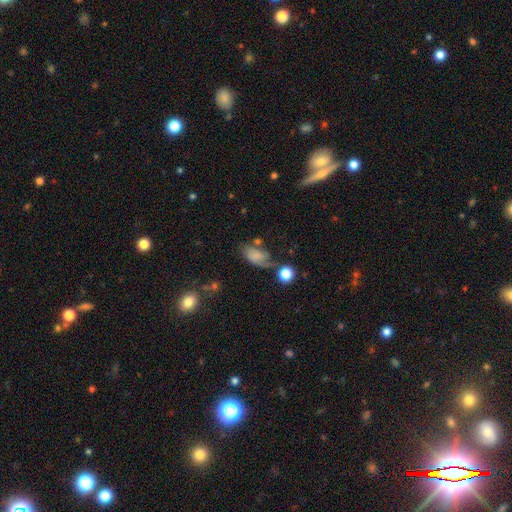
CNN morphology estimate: Overall: smooth (62%; featured or disk 27%). How rounded: in between (86%). Merging: none (38%; minor disturbance 30%).